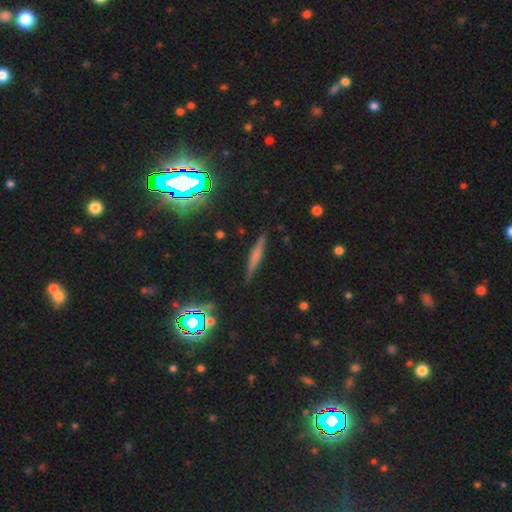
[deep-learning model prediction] A smooth galaxy with no disk features (47%).

Vote fractions:
- Smooth or featured? smooth: 47% / featured or disk: 37% / star or artifact: 16%
- Merging? none: 86% / minor disturbance: 10% / major disturbance: 2% / merger: 2%